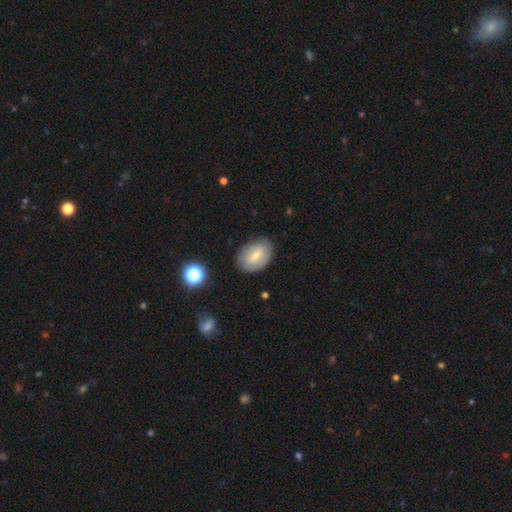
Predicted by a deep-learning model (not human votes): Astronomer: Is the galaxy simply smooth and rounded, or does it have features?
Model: smooth — 57% (runner-up: featured or disk, 34%).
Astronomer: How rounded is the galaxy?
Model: in between — 80%.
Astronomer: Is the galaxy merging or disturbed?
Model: none — 79%.